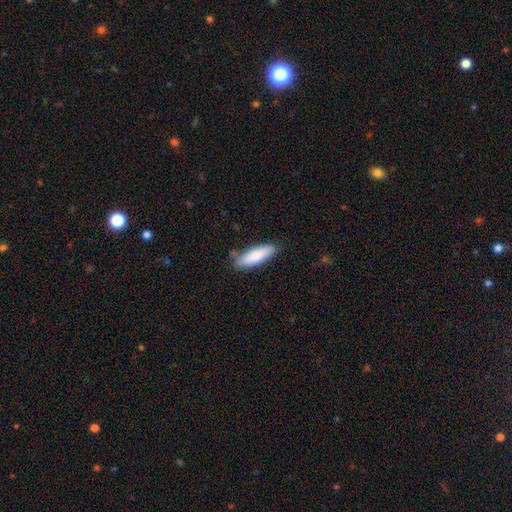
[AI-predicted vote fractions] This appears to be a smooth galaxy with no disk features (84%) that is cigar-shaped (52%). Merging: none (81%).